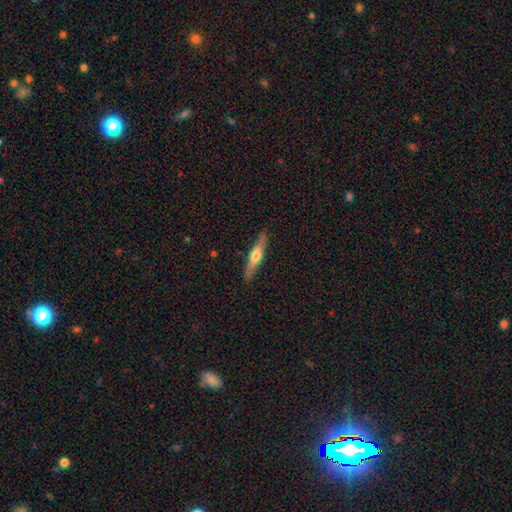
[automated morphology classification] type=featured or disk (52%); edge-on=yes (92%); merging=none (88%).